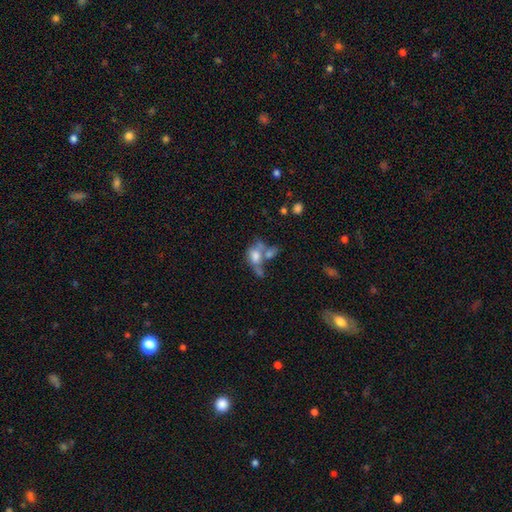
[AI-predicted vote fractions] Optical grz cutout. It shows a smooth galaxy with no disk features (60%) that is in between round and cigar-shaped (77%). Merging: merger (49%).